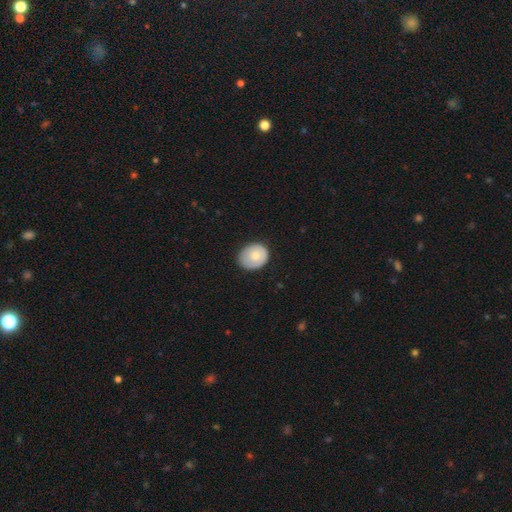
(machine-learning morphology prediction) smooth_or_featured: smooth (p=0.73) [alt: featured or disk p=0.20]
how_rounded: round (p=0.62) [alt: in between p=0.37]
merging: none (p=0.77) [alt: minor disturbance p=0.18]